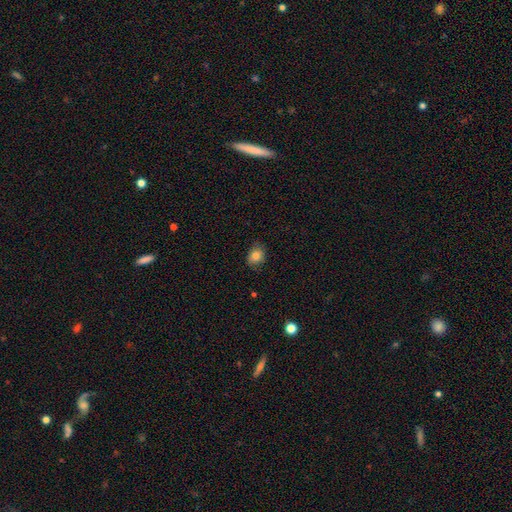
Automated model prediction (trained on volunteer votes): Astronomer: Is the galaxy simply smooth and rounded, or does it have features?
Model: smooth — 83%.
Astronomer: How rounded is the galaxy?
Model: round — 51% (runner-up: in between, 48%).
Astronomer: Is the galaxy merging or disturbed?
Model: none — 78%.